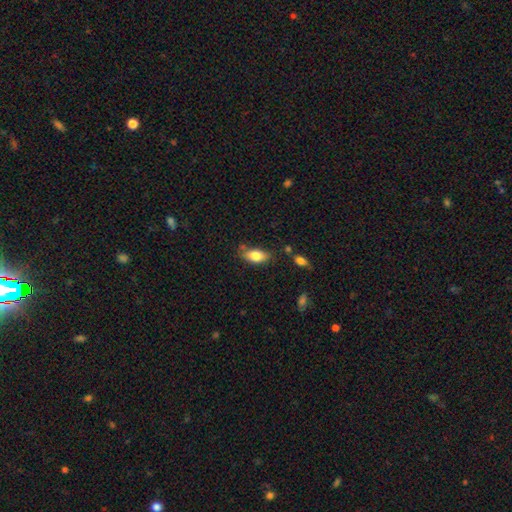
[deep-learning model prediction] A smooth galaxy with no disk features (80%) that is in between round and cigar-shaped (89%).

Vote fractions:
- Smooth or featured? smooth: 80% / featured or disk: 13% / star or artifact: 7%
- How rounded? in between: 89% / cigar-shaped: 7% / round: 4%
- Merging? none: 73% / minor disturbance: 17% / merger: 6% / major disturbance: 4%